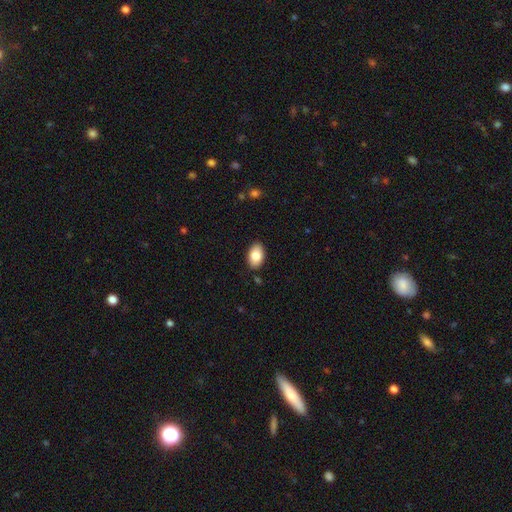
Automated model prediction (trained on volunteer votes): Q: Smooth or featured?
A: smooth (84%); runner-up: featured or disk (10%)
Q: How rounded?
A: in between (92%); runner-up: round (7%)
Q: Merging?
A: none (87%); runner-up: minor disturbance (9%)